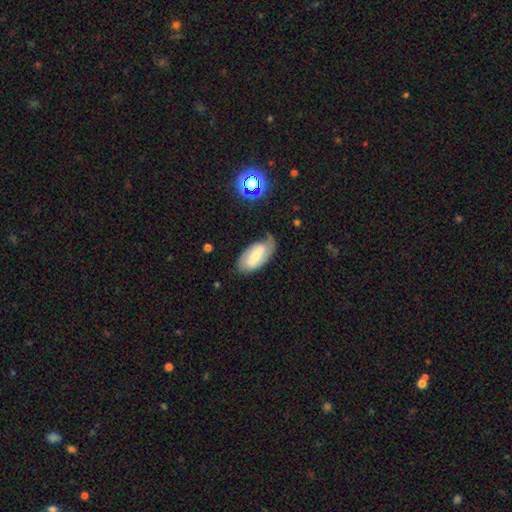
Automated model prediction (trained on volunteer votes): smooth_or_featured: featured or disk (p=0.59) [alt: smooth p=0.33]
disk_edge_on: no (p=0.93) [alt: yes p=0.07]
bar: weak (p=0.41) [tied with: strong p=0.41]
has_spiral_arms: yes (p=0.86) [alt: no p=0.14]
bulge_size: small (p=0.50) [alt: moderate p=0.36]
merging: none (p=0.65) [alt: minor disturbance p=0.25]